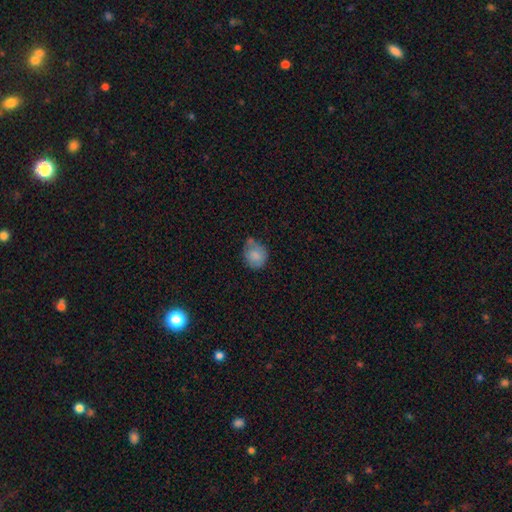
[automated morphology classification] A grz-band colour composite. It shows a smooth galaxy with no disk features (81%) that is round (72%). Merging: none (49%).